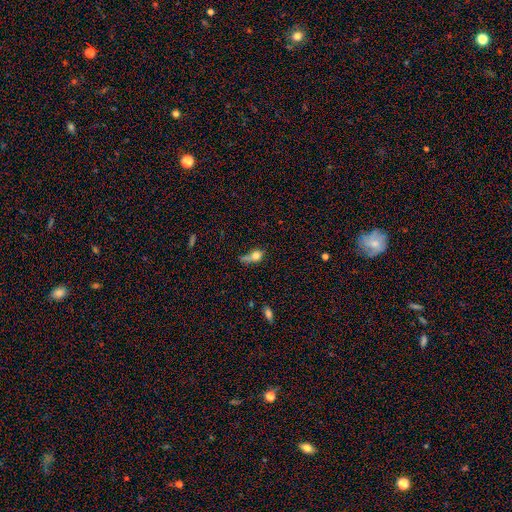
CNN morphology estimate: A smooth galaxy with no disk features (72%) that is in between round and cigar-shaped (56%).

Vote fractions:
- Smooth or featured? smooth: 72% / featured or disk: 17% / star or artifact: 11%
- How rounded? in between: 56% / round: 36% / cigar-shaped: 8%
- Merging? none: 28% / major disturbance: 26% / minor disturbance: 25% / merger: 21%